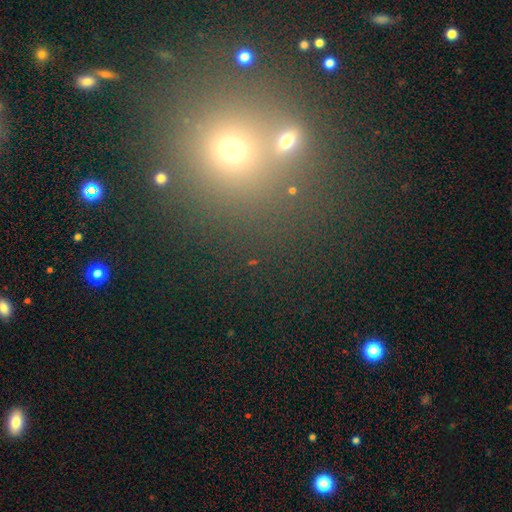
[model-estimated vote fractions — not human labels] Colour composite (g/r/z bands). It shows a star or artifact, not a galaxy (45%, tied with smooth).